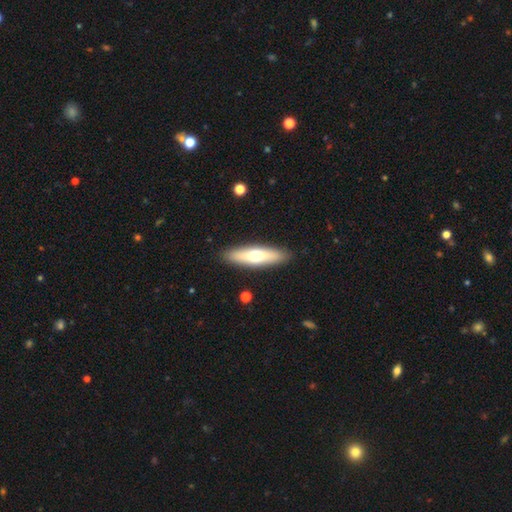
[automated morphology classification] Smooth or featured: smooth — 61% (featured or disk — 34%)
How rounded: cigar-shaped — 67% (in between — 32%)
Merging: none — 90% (minor disturbance — 7%)